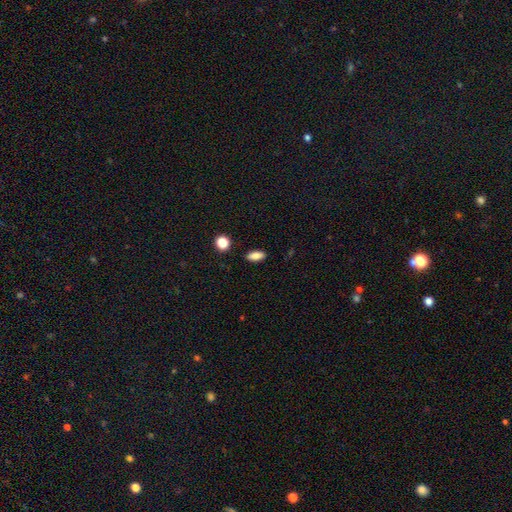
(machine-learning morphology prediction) This appears to be a smooth galaxy with no disk features (83%) that is in between round and cigar-shaped (82%). Merging: none (88%).